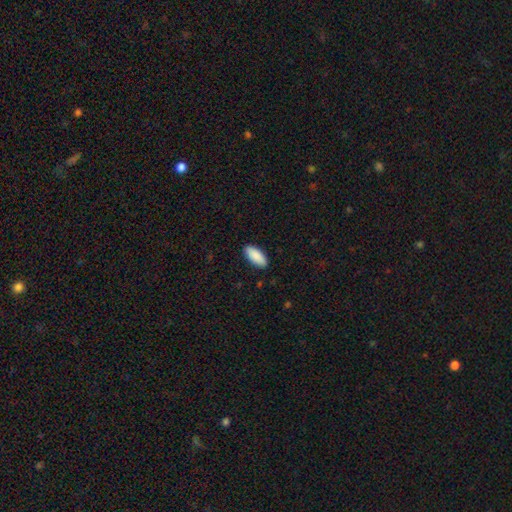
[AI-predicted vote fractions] smooth 91%, star or artifact 5%, featured or disk 4%. Down the decision tree: how rounded — in between (88%); merging — none (90%).